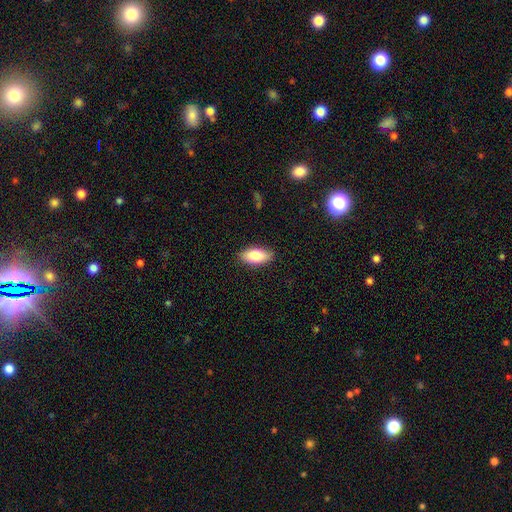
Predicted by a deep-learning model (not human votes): Morphology: type=smooth (82%); roundness=in between (89%); merging=none (88%).